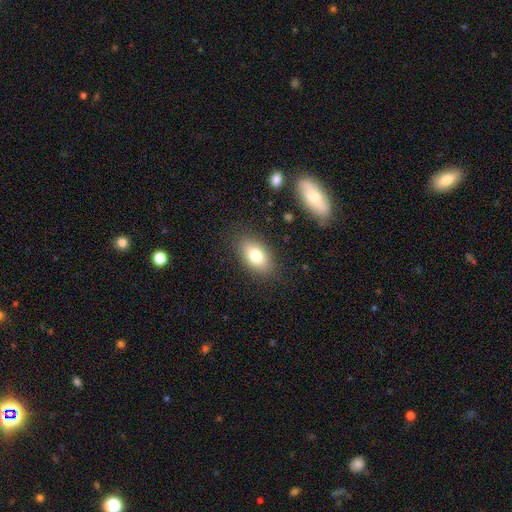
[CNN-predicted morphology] smooth_or_featured: smooth (p=0.77) [alt: featured or disk p=0.14]
how_rounded: in between (p=0.89) [alt: round p=0.09]
merging: none (p=0.85) [alt: minor disturbance p=0.10]